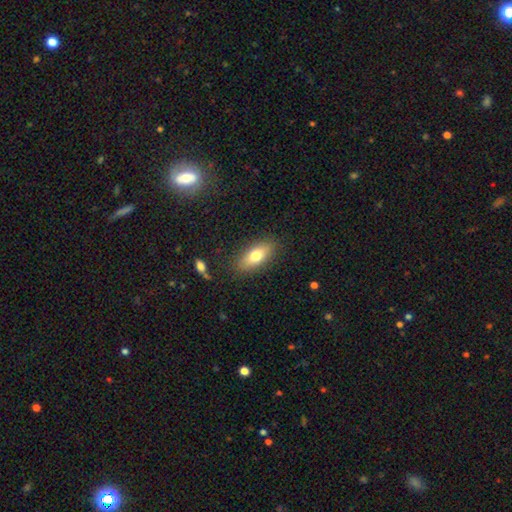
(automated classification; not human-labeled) This is likely a smooth galaxy (73%). How rounded: clearly in between (80%). Merging: clearly none (85%).